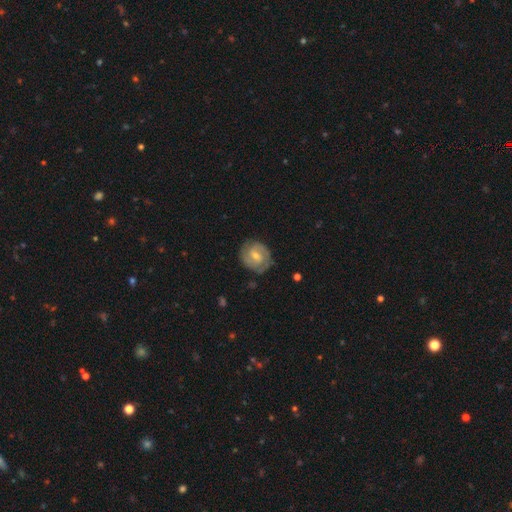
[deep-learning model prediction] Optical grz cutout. It shows a featured or disk galaxy (73%) with a weak bar (51%), 2 (64%) tight (57%) spiral arms (90%) and a moderate central bulge (51%). Merging: none (78%).